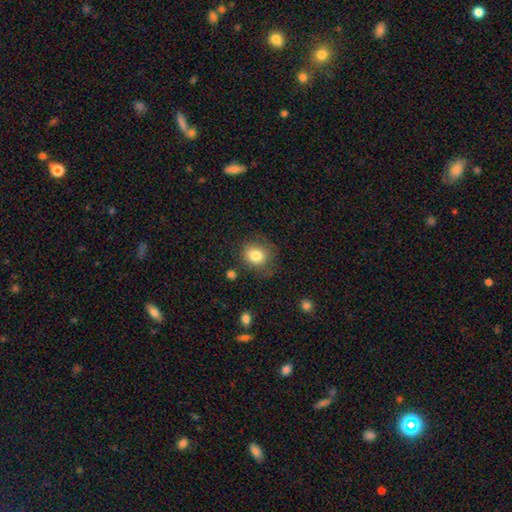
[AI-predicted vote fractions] Smooth or featured?
  - smooth: 82% *
  - star or artifact: 10%
  - featured or disk: 8%
How rounded?
  - round: 72% *
  - in between: 27%
  - cigar-shaped: 1%
Merging?
  - none: 73% *
  - minor disturbance: 18%
  - major disturbance: 6%
  - merger: 3%